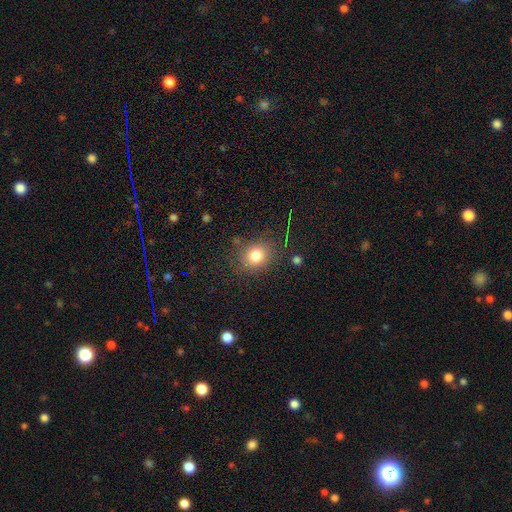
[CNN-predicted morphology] smooth-or-featured: smooth: 80% | star or artifact: 12% | featured or disk: 8%
  how-rounded: round: 67% | in between: 32% | cigar-shaped: 1%
  merging: none: 81% | minor disturbance: 12% | major disturbance: 4% | merger: 3%